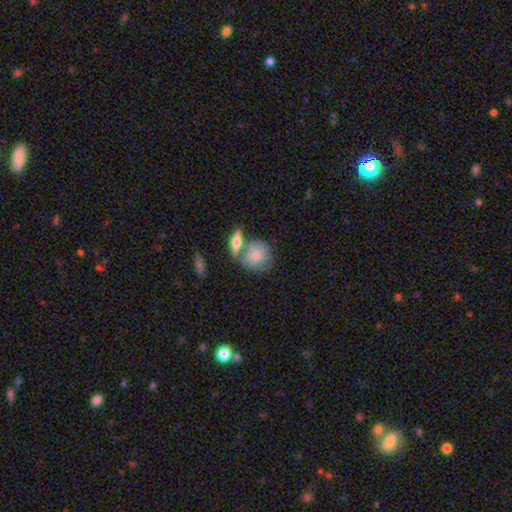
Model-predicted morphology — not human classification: Overall: smooth (72%). How rounded: round (74%). Merging: none (49%; merger 32%).